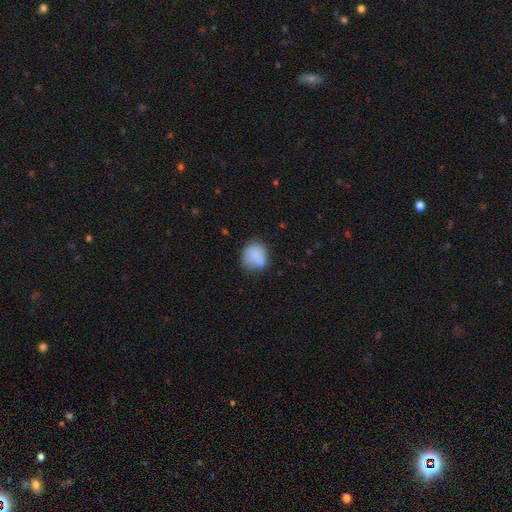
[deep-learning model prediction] smooth_or_featured: smooth (p=0.83) [alt: featured or disk p=0.09]
how_rounded: round (p=0.74) [alt: in between p=0.25]
merging: none (p=0.64) [alt: minor disturbance p=0.24]